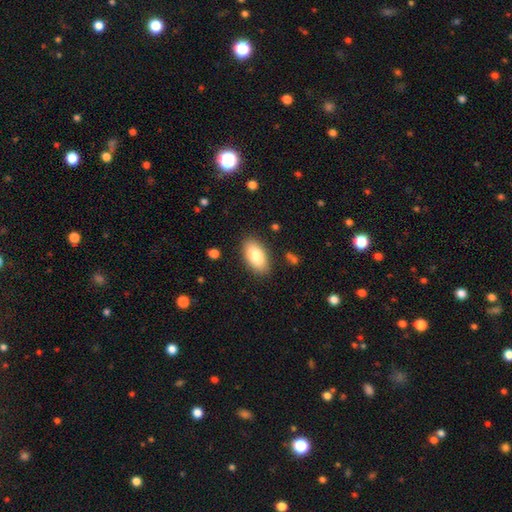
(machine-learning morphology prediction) Overall: smooth (81%). How rounded: in between (92%). Merging: none (87%).